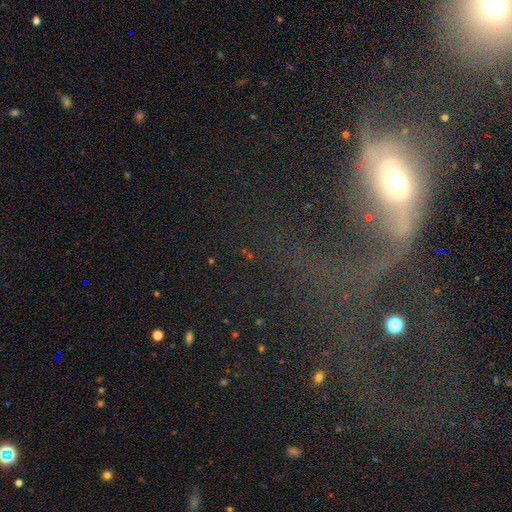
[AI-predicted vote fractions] The model was most divided on "smooth or featured": featured or disk: 51%, smooth: 28%, star or artifact: 21%. More confident: edge-on disk — no (88%); merging — major disturbance (52%).